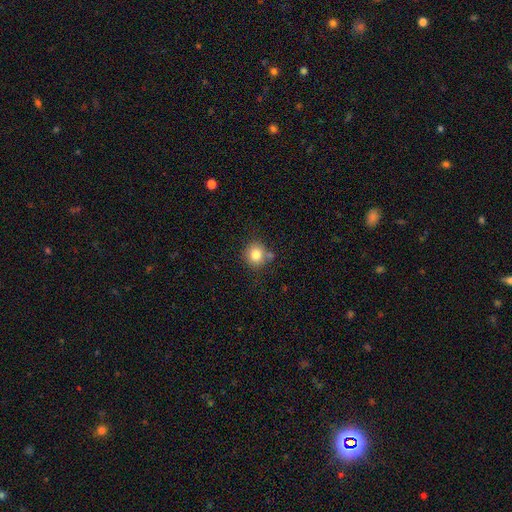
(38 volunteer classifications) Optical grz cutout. It shows a smooth galaxy with no disk features (92%) that is round (94%). Merging: none (68%).